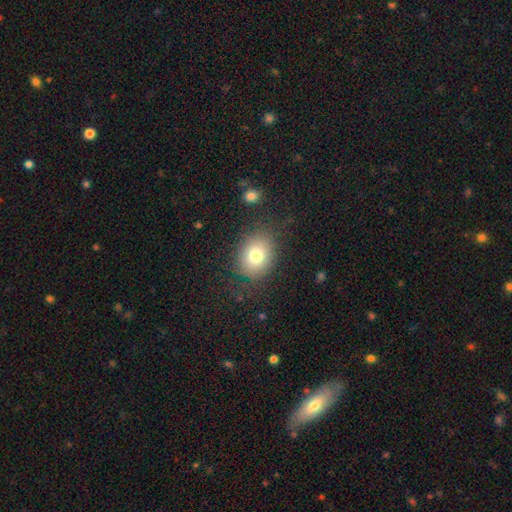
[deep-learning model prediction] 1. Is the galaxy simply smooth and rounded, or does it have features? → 76% smooth, 12% featured or disk, 11% star or artifact.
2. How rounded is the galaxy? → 51% round, 48% in between, 1% cigar-shaped.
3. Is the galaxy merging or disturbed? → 76% none, 14% minor disturbance, 7% major disturbance, 2% merger.